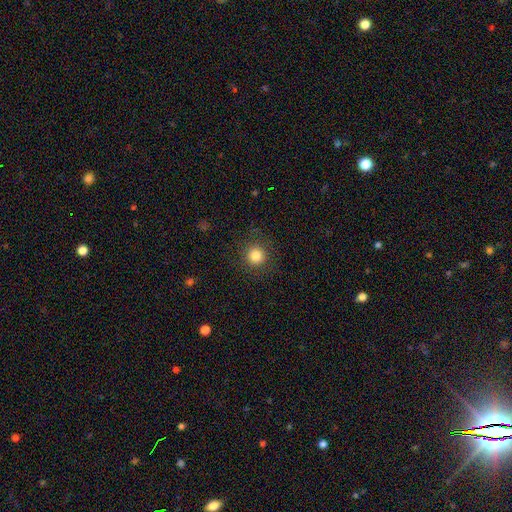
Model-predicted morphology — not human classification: smooth 84%, star or artifact 11%, featured or disk 5%. Down the decision tree: how rounded — round (95%); merging — none (90%).